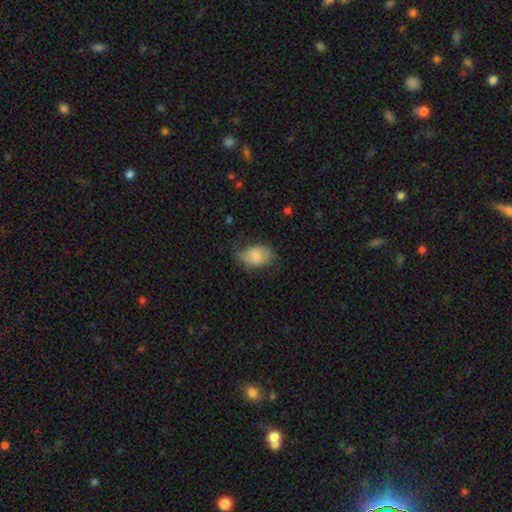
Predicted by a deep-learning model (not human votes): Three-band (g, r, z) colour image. It shows a smooth galaxy with no disk features (66%) that is in between round and cigar-shaped (87%). Merging: none (61%).